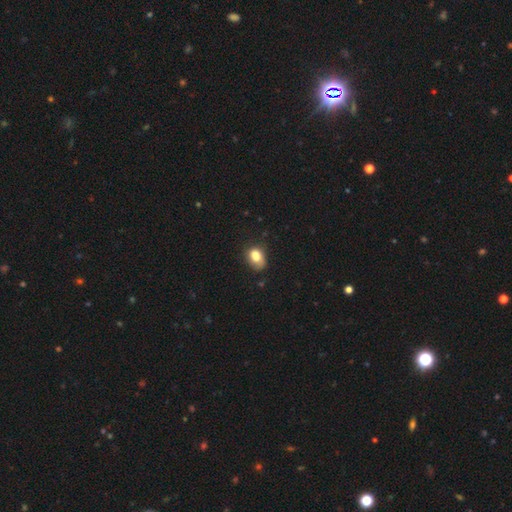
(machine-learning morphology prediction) Smooth or featured?
  - smooth: 79% *
  - featured or disk: 12%
  - star or artifact: 10%
How rounded?
  - in between: 70% *
  - round: 29%
  - cigar-shaped: 1%
Merging?
  - none: 50% *
  - minor disturbance: 33%
  - major disturbance: 13%
  - merger: 5%